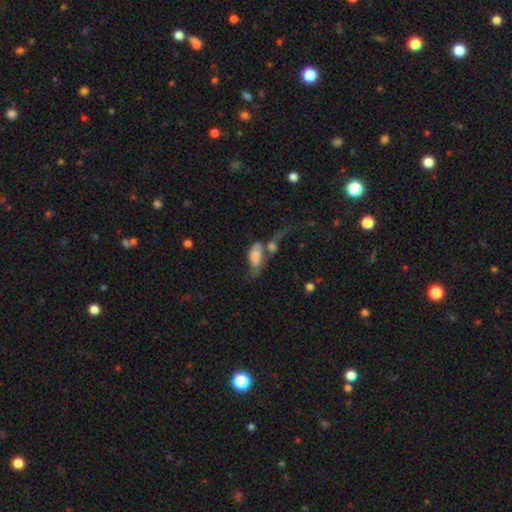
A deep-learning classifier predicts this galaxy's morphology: The model was most divided on "merging": merger: 52%, major disturbance: 23%, none: 14%, minor disturbance: 11%. More confident: how rounded — in between (87%); smooth or featured — smooth (68%).